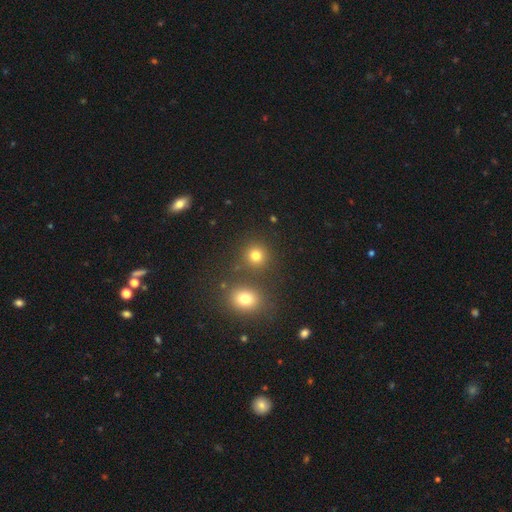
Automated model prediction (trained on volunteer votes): The model was most divided on "smooth or featured": smooth: 77%, star or artifact: 17%, featured or disk: 6%. More confident: how rounded — round (89%); merging — none (79%).